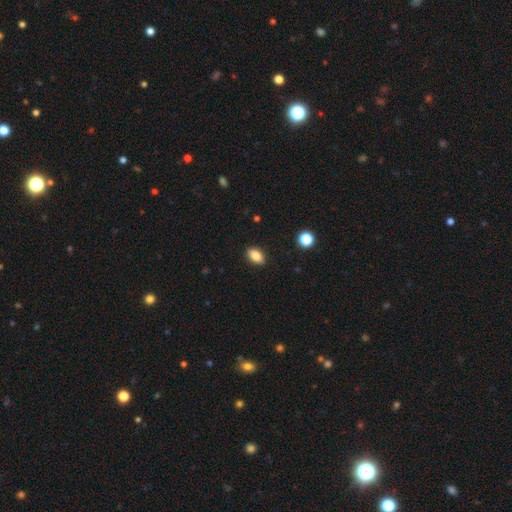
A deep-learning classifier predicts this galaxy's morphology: Overall: smooth (85%). How rounded: in between (88%). Merging: none (89%).